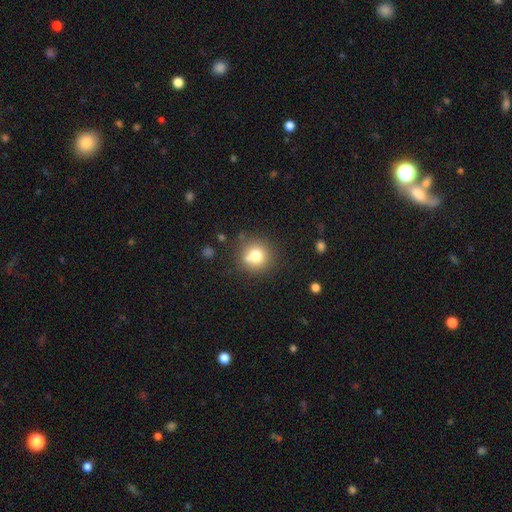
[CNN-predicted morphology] This is likely a smooth galaxy (74%). How rounded: clearly round (91%). Merging: likely none (72%).